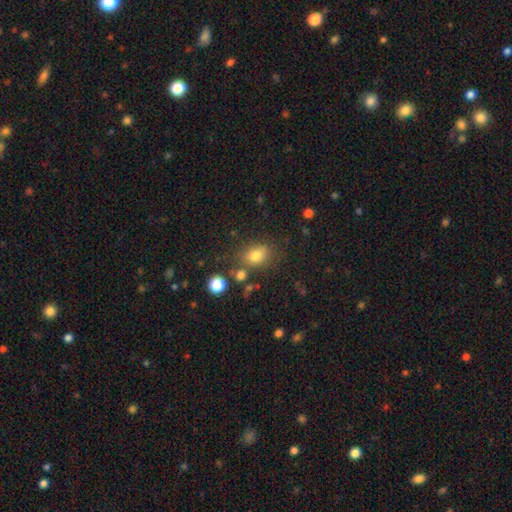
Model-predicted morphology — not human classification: smooth-or-featured: smooth: 78% | star or artifact: 13% | featured or disk: 9%
  how-rounded: in between: 58% | round: 40% | cigar-shaped: 1%
  merging: none: 68% | minor disturbance: 15% | merger: 11% | major disturbance: 6%